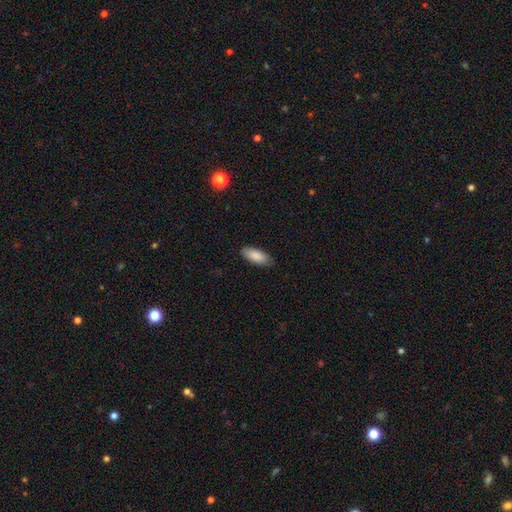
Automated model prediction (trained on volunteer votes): smooth 88%, featured or disk 6%, star or artifact 6%. Down the decision tree: how rounded — in between (84%); merging — none (86%).